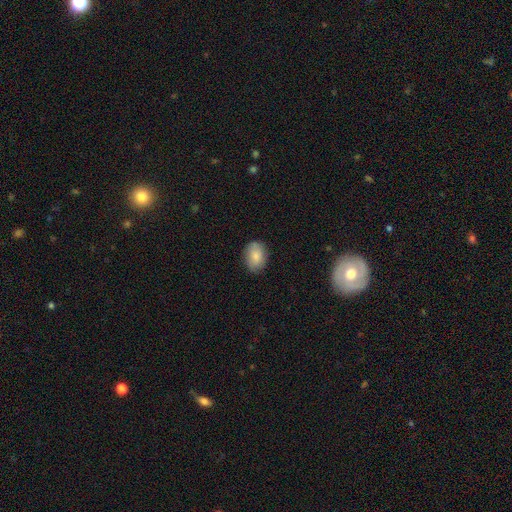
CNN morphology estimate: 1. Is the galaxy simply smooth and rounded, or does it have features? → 81% smooth, 12% featured or disk, 7% star or artifact.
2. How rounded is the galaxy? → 72% in between, 27% round, 1% cigar-shaped.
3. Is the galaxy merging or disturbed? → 81% none, 15% minor disturbance, 3% major disturbance, 1% merger.